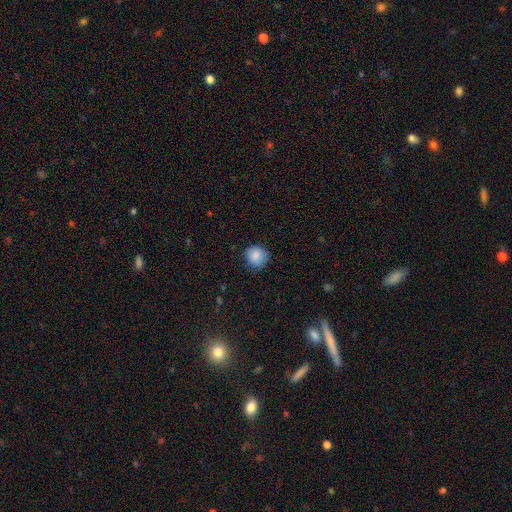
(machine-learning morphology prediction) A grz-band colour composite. It shows a smooth galaxy with no disk features (87%) that is round (88%). Merging: none (81%).